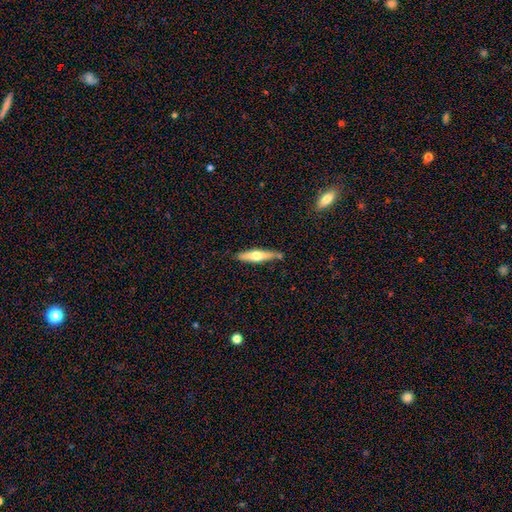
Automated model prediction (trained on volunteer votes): A smooth galaxy with no disk features (48%).

Vote fractions:
- Smooth or featured? smooth: 48% / featured or disk: 47% / star or artifact: 5%
- Merging? none: 77% / minor disturbance: 15% / merger: 5% / major disturbance: 3%